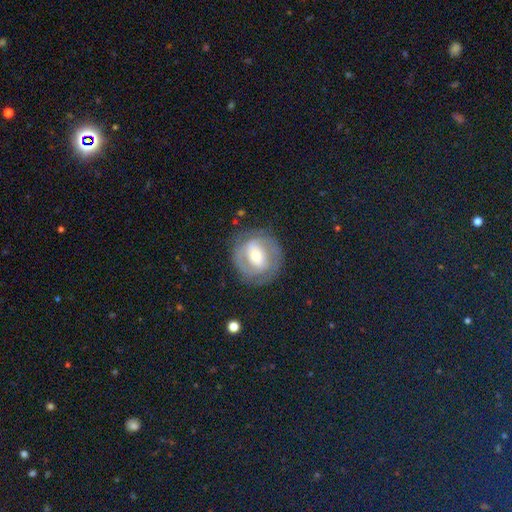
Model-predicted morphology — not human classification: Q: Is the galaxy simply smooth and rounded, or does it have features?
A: featured or disk — 72%.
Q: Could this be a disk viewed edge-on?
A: no — 96%.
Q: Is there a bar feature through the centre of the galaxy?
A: weak — 38%.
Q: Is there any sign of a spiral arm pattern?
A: yes — 71%.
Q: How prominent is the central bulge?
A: moderate — 59%.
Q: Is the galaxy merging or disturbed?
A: none — 79%.